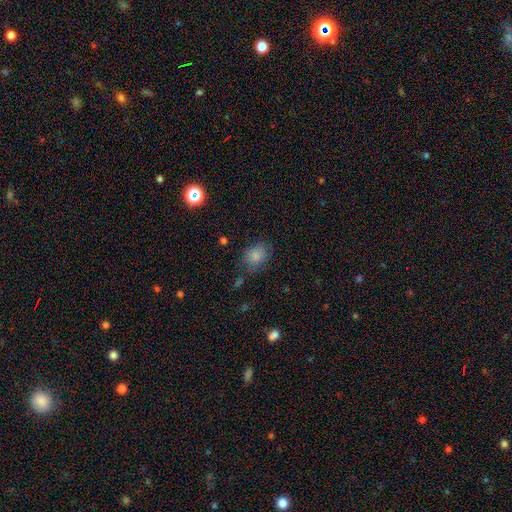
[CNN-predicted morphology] Smooth or featured?
  - smooth: 84% *
  - star or artifact: 10%
  - featured or disk: 6%
How rounded?
  - in between: 55% *
  - round: 44%
  - cigar-shaped: 1%
Merging?
  - none: 71% *
  - minor disturbance: 20%
  - major disturbance: 6%
  - merger: 4%